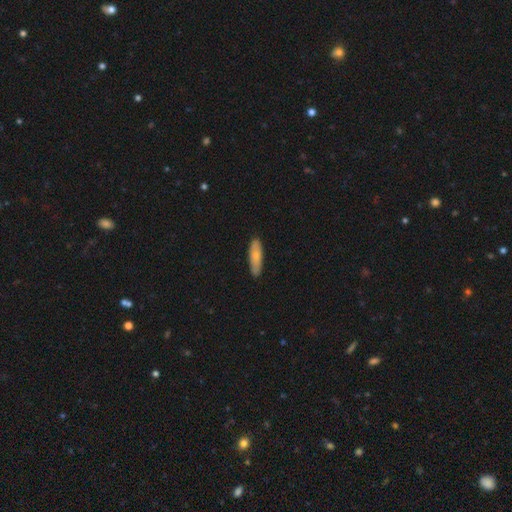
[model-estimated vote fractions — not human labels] Smooth or featured? Predicted: smooth (p=0.74). How rounded? Predicted: cigar-shaped (p=0.66). Merging? Predicted: none (p=0.86).